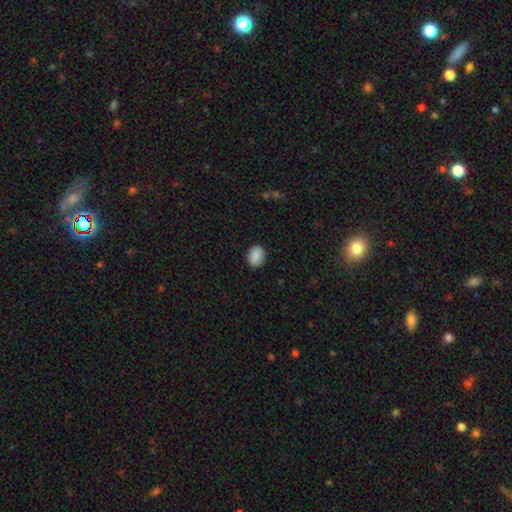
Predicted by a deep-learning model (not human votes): Q: Smooth or featured?
A: smooth (87%); runner-up: star or artifact (7%)
Q: How rounded?
A: in between (64%); runner-up: round (35%)
Q: Merging?
A: none (87%); runner-up: minor disturbance (10%)